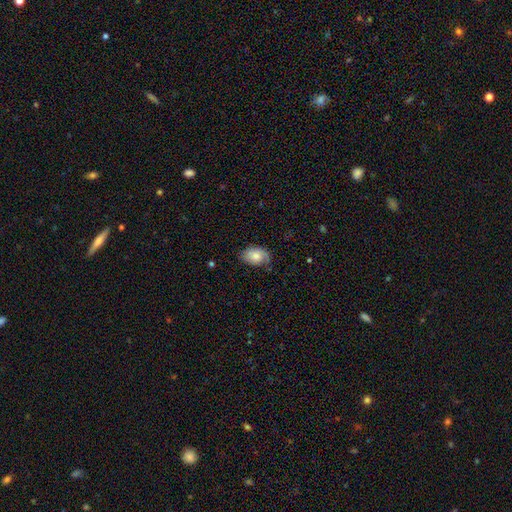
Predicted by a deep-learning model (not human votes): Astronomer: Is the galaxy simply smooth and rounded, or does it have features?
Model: smooth — 72%.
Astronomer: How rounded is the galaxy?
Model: in between — 84%.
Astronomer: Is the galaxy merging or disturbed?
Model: none — 59%.